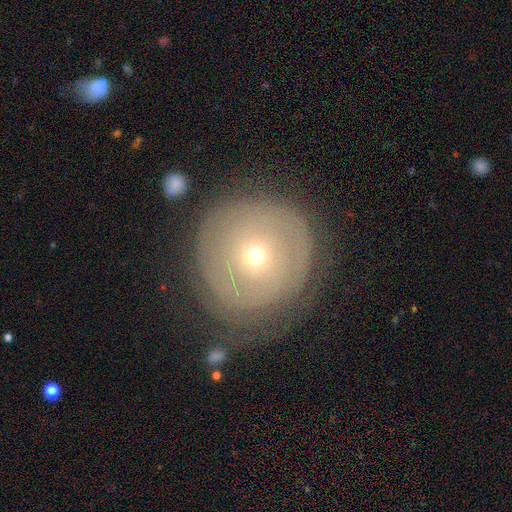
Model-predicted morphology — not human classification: Smooth or featured: featured or disk — 47% (smooth — 43%)
Merging: none — 72% (minor disturbance — 18%)